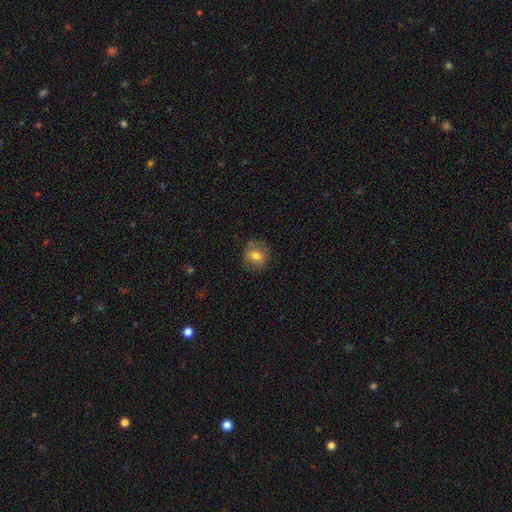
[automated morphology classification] A smooth galaxy with no disk features (68%) that is round (66%). Merging: none (77%).